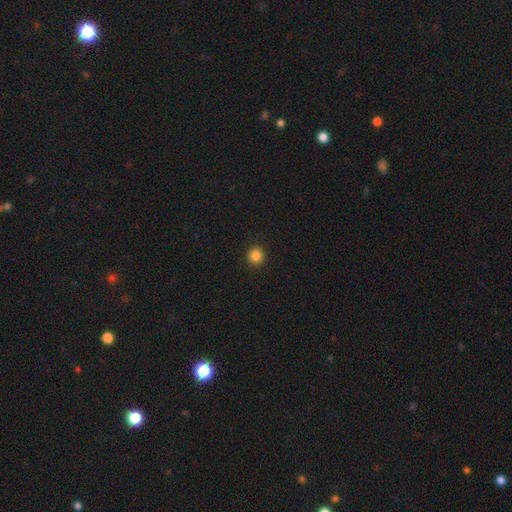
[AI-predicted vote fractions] Overall: smooth (85%). How rounded: round (93%). Merging: none (93%).